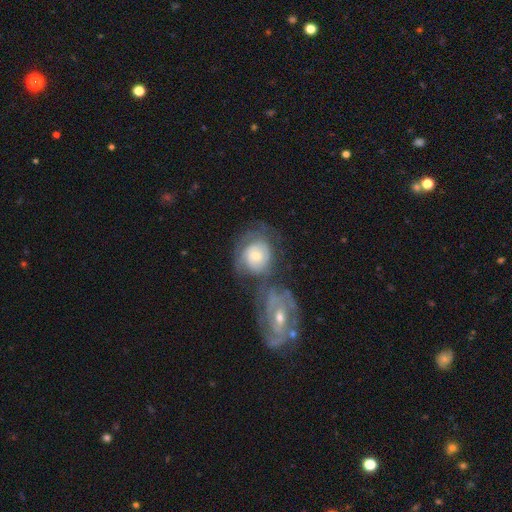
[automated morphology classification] A featured or disk galaxy (58%) with no bar (73%), spiral arms (79%) and a small central bulge (52%).

Vote fractions:
- Smooth or featured? featured or disk: 58% / smooth: 35% / star or artifact: 7%
- Edge-on disk? no: 97% / yes: 3%
- Bar? no: 73% / weak: 22% / strong: 5%
- Spiral arms? yes: 79% / no: 21%
- Bulge size? small: 52% / moderate: 40% / large: 5% / none: 2% / dominant: 1%
- Merging? merger: 38% / none: 35% / minor disturbance: 14% / major disturbance: 12%